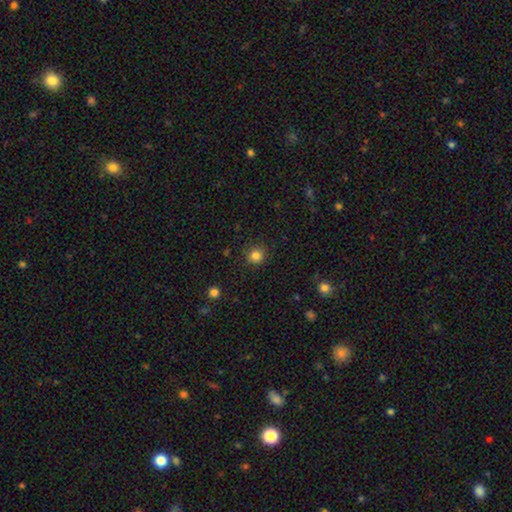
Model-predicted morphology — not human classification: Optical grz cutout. It shows a smooth galaxy with no disk features (83%) that is round (92%). Merging: none (90%).